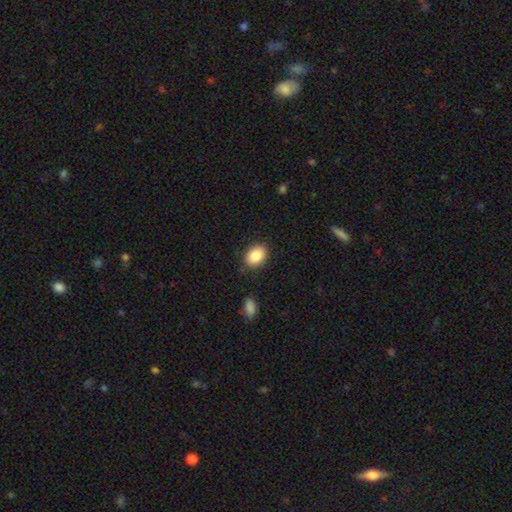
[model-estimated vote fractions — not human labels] Smooth or featured?
  - smooth: 86% *
  - star or artifact: 8%
  - featured or disk: 6%
How rounded?
  - in between: 72% *
  - round: 27%
  - cigar-shaped: 1%
Merging?
  - none: 82% *
  - minor disturbance: 13%
  - major disturbance: 3%
  - merger: 3%